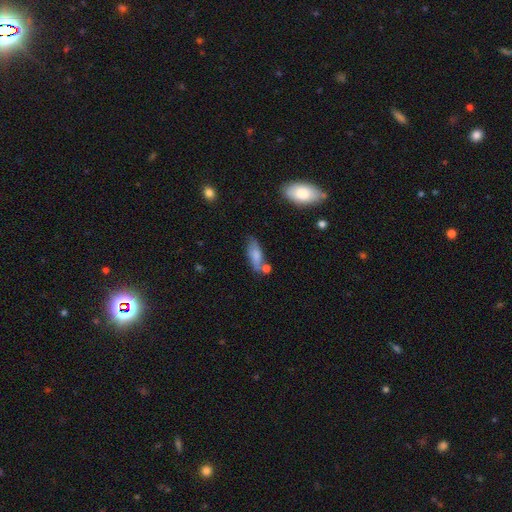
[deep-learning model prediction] Smooth or featured?
  - smooth: 73% *
  - featured or disk: 19%
  - star or artifact: 8%
How rounded?
  - in between: 65% *
  - cigar-shaped: 32%
  - round: 3%
Merging?
  - none: 56% *
  - minor disturbance: 22%
  - merger: 16%
  - major disturbance: 7%